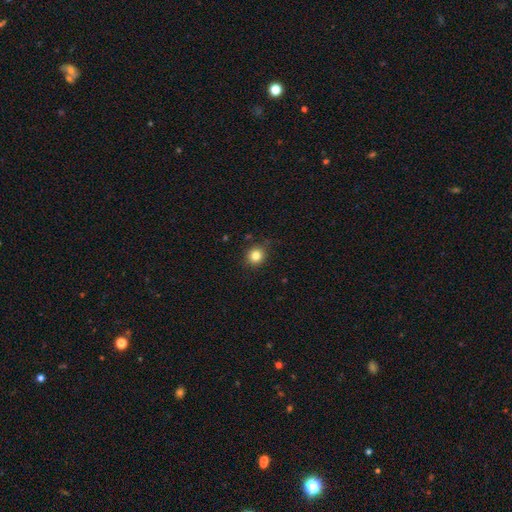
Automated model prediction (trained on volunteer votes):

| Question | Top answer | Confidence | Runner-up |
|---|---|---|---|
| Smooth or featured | smooth | 82% | star or artifact (12%) |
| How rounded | round | 86% | in between (13%) |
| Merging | none | 86% | minor disturbance (10%) |